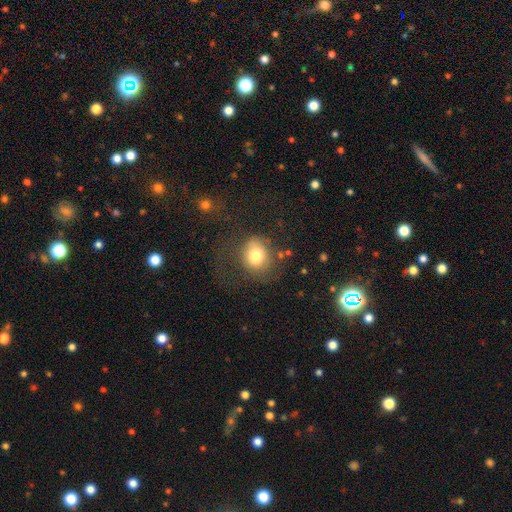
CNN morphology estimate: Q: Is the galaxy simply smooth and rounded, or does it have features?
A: smooth — 75%.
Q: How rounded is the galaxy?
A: round — 72%.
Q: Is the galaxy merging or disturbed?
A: none — 53%.